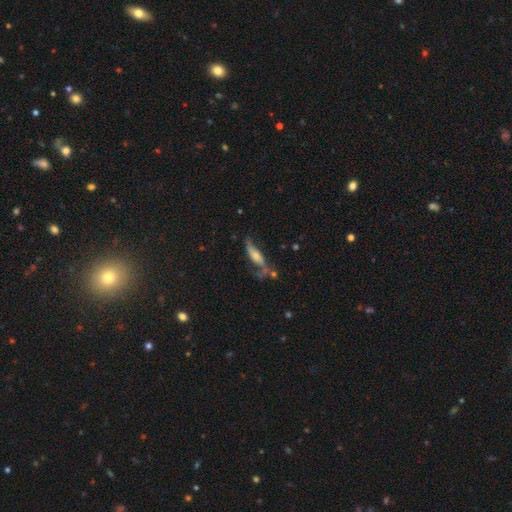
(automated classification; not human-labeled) A featured or disk galaxy (61%). Merging: none (43%).